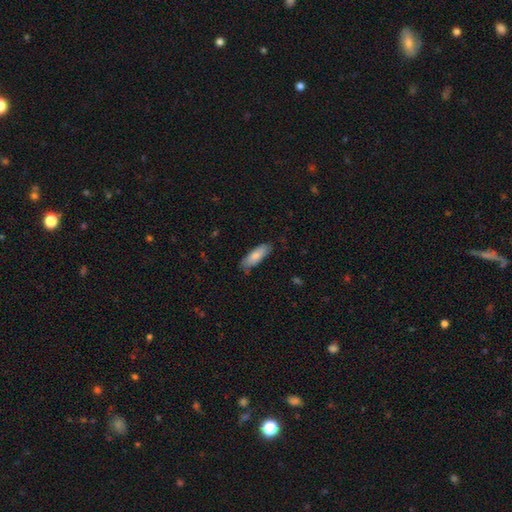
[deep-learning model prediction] Smooth or featured?
  - smooth: 78% *
  - featured or disk: 17%
  - star or artifact: 5%
How rounded?
  - in between: 60% *
  - cigar-shaped: 39%
  - round: 2%
Merging?
  - none: 78% *
  - minor disturbance: 17%
  - major disturbance: 3%
  - merger: 1%